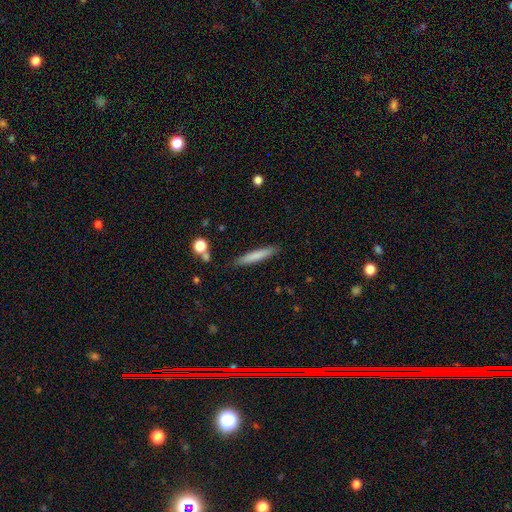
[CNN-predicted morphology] Overall: smooth (75%). How rounded: cigar-shaped (93%). Merging: none (87%).